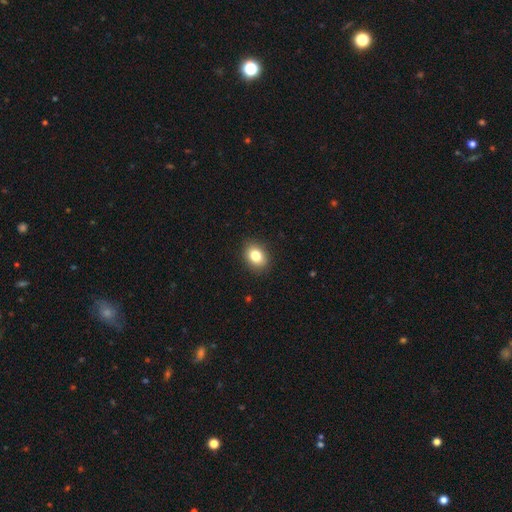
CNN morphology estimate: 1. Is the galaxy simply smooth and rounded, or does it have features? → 82% smooth, 10% star or artifact, 8% featured or disk.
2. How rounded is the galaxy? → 61% in between, 38% round, 1% cigar-shaped.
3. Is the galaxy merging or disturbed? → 89% none, 8% minor disturbance, 2% major disturbance, 1% merger.